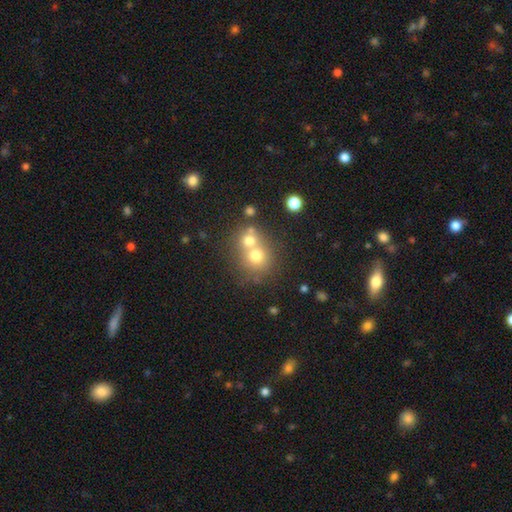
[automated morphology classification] smooth_or_featured: smooth (p=0.68) [alt: featured or disk p=0.18]
how_rounded: round (p=0.81) [alt: in between p=0.18]
merging: merger (p=0.54) [alt: none p=0.37]